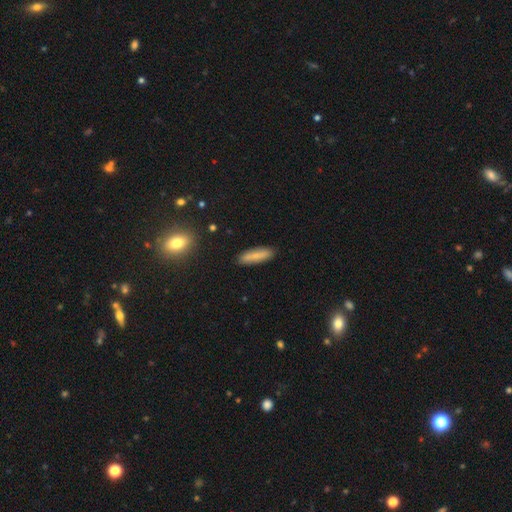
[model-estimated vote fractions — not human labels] A smooth galaxy with no disk features (74%) that is cigar-shaped (64%).

Vote fractions:
- Smooth or featured? smooth: 74% / featured or disk: 18% / star or artifact: 7%
- How rounded? cigar-shaped: 64% / in between: 34% / round: 2%
- Merging? none: 87% / minor disturbance: 9% / major disturbance: 2% / merger: 2%